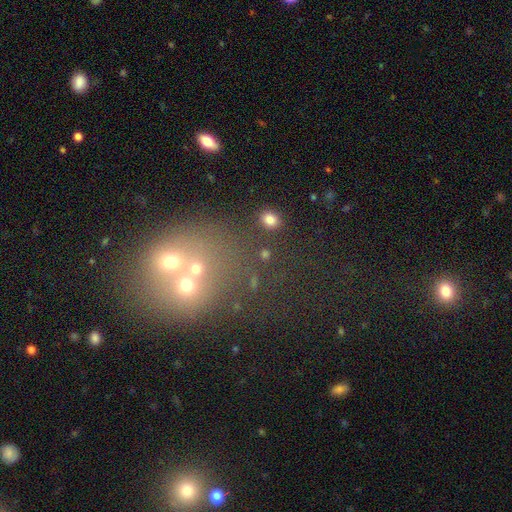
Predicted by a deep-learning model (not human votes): smooth_or_featured: smooth (p=0.41) [alt: star or artifact p=0.33]
merging: merger (p=0.52) [alt: none p=0.33]